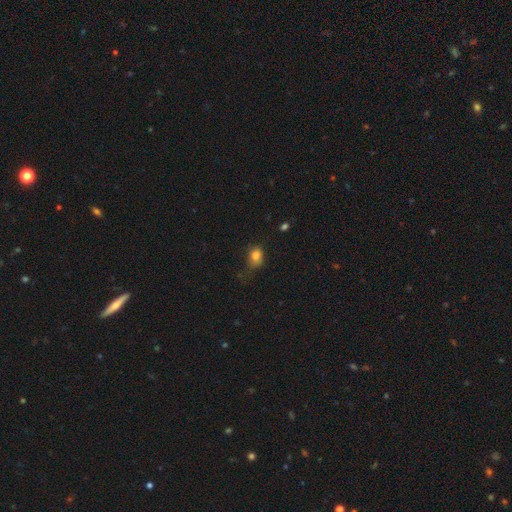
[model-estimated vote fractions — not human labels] Smooth or featured? Predicted: smooth (p=0.82). How rounded? Predicted: in between (p=0.54). Merging? Predicted: none (p=0.50).